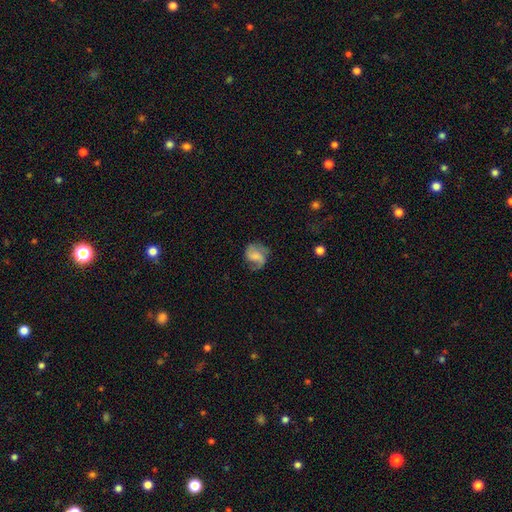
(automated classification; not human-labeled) Smooth or featured: featured or disk — 55% (smooth — 36%)
Edge-on disk: no — 98% (yes — 2%)
Bar: no — 48% (weak — 40%)
Spiral arms: yes — 89% (no — 11%)
Bulge size: none — 31% (small — 29%)
Merging: none — 59% (minor disturbance — 24%)